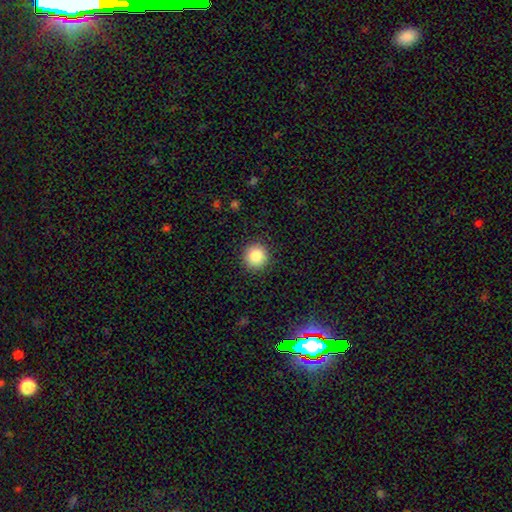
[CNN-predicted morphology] Smooth or featured: smooth — 85% (star or artifact — 9%)
How rounded: round — 94% (in between — 5%)
Merging: none — 91% (minor disturbance — 6%)